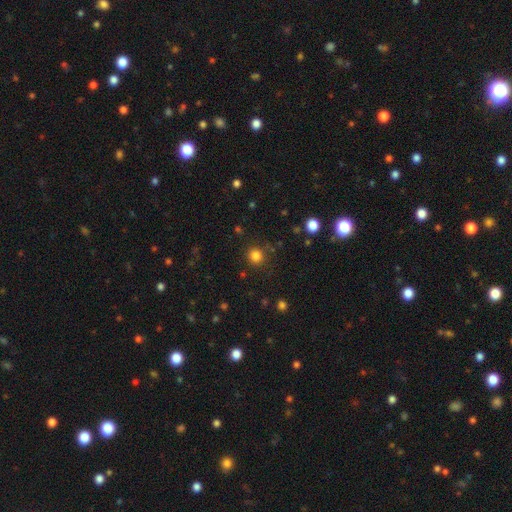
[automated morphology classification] type=smooth (82%); roundness=round (93%); merging=none (87%).